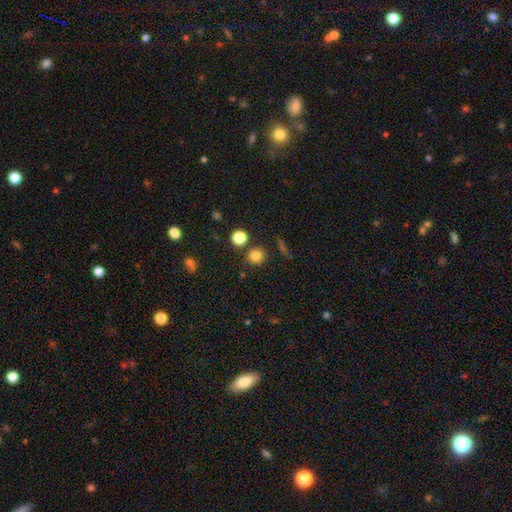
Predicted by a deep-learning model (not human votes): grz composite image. It shows a smooth galaxy with no disk features (82%) that is round (89%). Merging: none (83%).